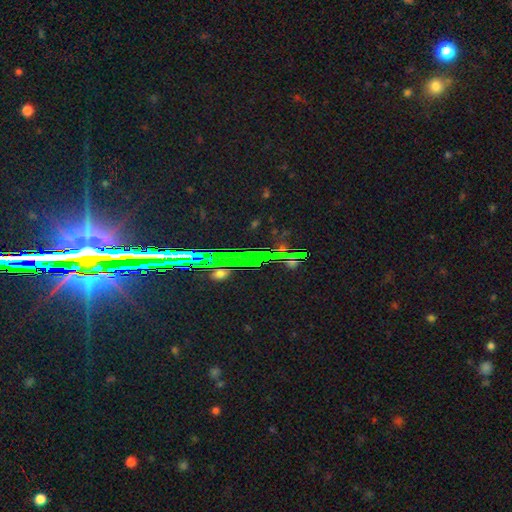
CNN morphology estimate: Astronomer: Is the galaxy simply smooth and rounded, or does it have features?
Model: star or artifact — 82%.